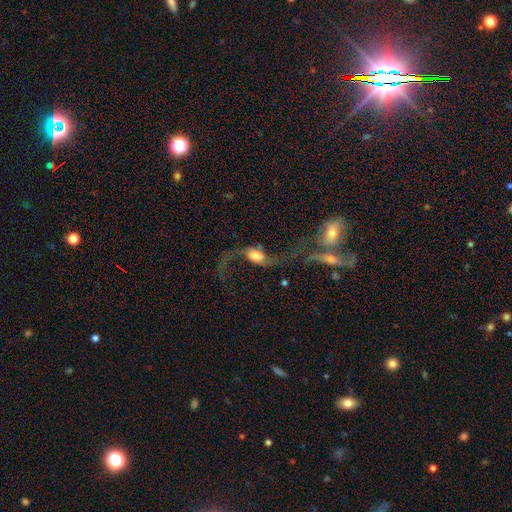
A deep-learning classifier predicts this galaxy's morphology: Smooth or featured?
  - featured or disk: 73% *
  - smooth: 19%
  - star or artifact: 8%
Edge-on disk?
  - no: 93% *
  - yes: 7%
Bar?
  - no: 45% *
  - weak: 37%
  - strong: 18%
Spiral arms?
  - yes: 91% *
  - no: 9%
Spiral winding?
  - loose: 92% *
  - medium: 6%
  - tight: 2%
Spiral arm count?
  - 2: 90% *
  - 1: 5%
  - can't tell: 2%
  - 3: 1%
  - 4: 1%
  - more than 4: 1%
Bulge size?
  - large: 36% *
  - moderate: 33%
  - small: 14%
  - dominant: 11%
  - none: 7%
Merging?
  - none: 34% *
  - merger: 27%
  - major disturbance: 26%
  - minor disturbance: 13%